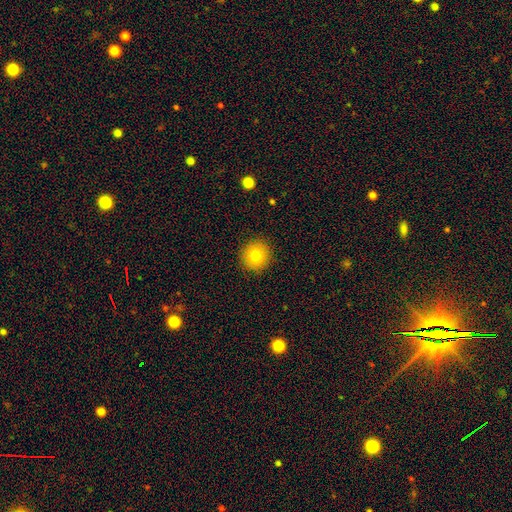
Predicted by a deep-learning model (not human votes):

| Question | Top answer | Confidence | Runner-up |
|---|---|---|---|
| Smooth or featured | smooth | 79% | featured or disk (11%) |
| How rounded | round | 93% | in between (6%) |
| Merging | none | 92% | minor disturbance (5%) |